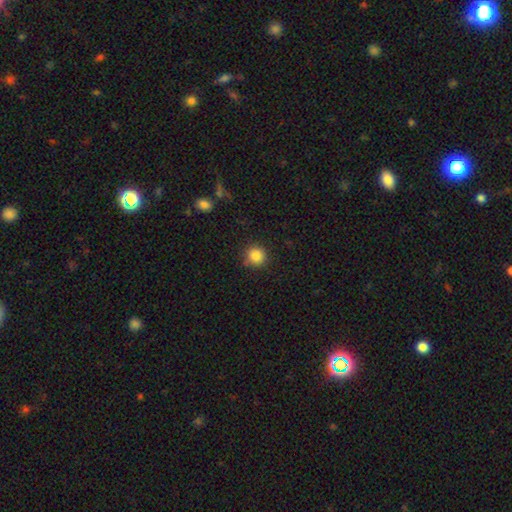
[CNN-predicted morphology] A smooth galaxy with no disk features (85%) that is round (94%). Merging: none (86%).